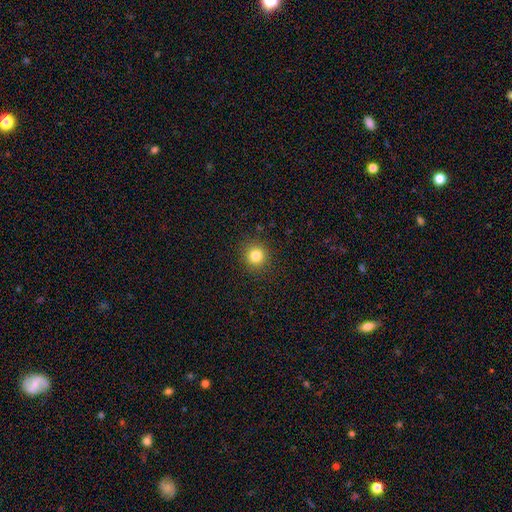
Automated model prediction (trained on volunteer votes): Q: Smooth or featured?
A: smooth (82%); runner-up: star or artifact (12%)
Q: How rounded?
A: round (90%); runner-up: in between (9%)
Q: Merging?
A: none (90%); runner-up: minor disturbance (6%)